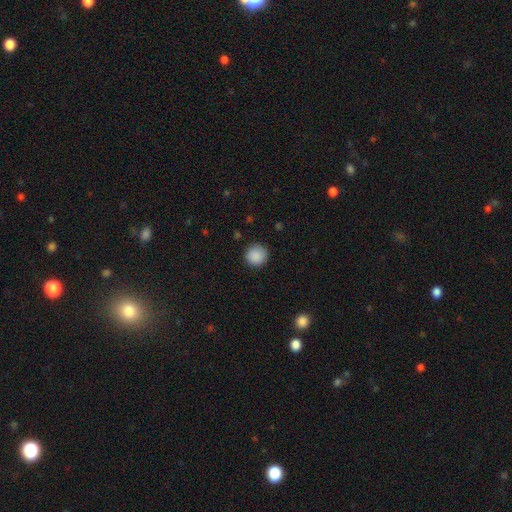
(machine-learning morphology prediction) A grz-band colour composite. It shows a smooth galaxy with no disk features (89%) that is round (95%). Merging: none (90%).